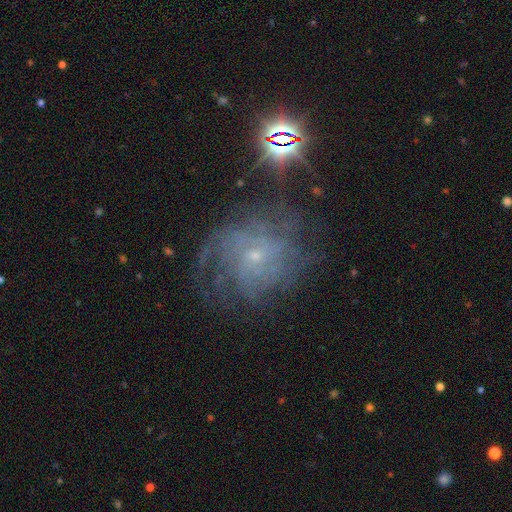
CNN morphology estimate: type=featured or disk (70%); edge-on=no (97%); bar=no (73%); spiral arms=yes (84%); winding=tight (51%); arm count=can't tell (50%); bulge=small (80%); merging=none (59%).